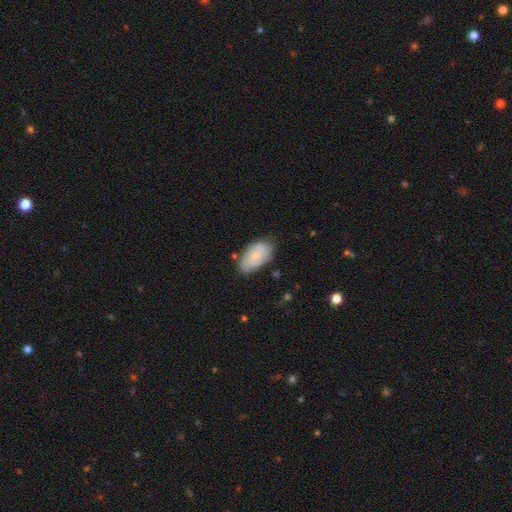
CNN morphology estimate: Smooth or featured: smooth — 59% (featured or disk — 35%)
How rounded: in between — 93% (round — 5%)
Merging: none — 68% (minor disturbance — 25%)